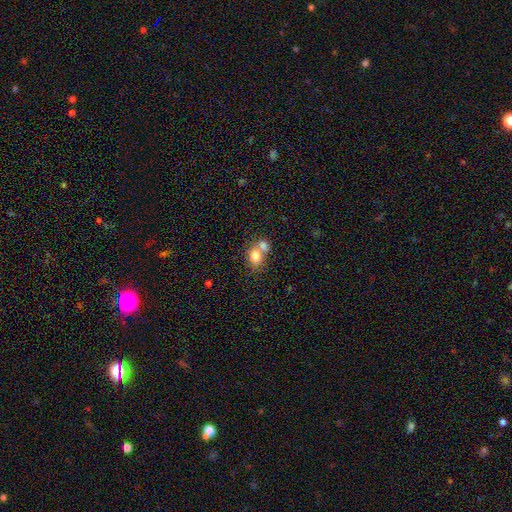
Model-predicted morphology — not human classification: type=smooth (77%); roundness=in between (54%); merging=merger (58%).